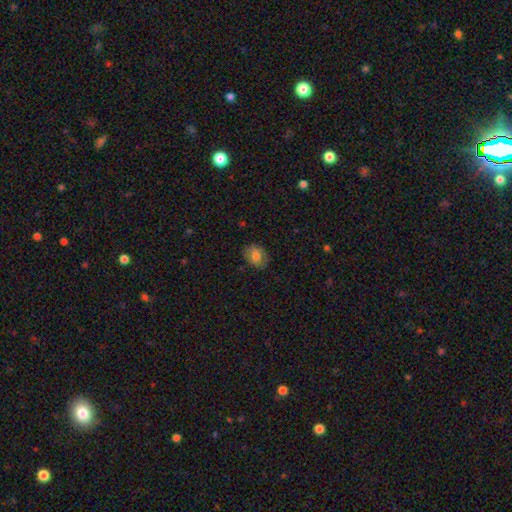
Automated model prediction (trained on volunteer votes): Overall: smooth (75%). How rounded: in between (57%; round 42%). Merging: none (79%).